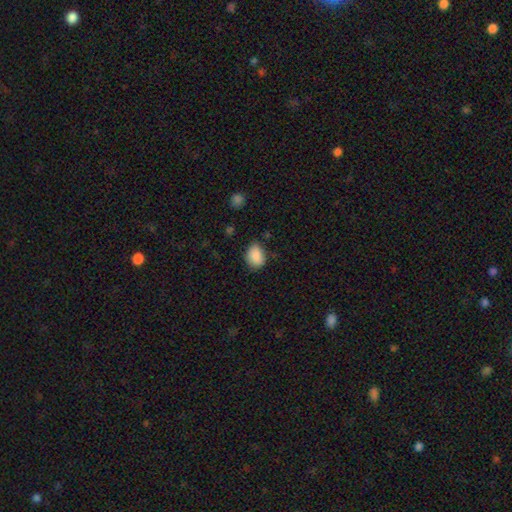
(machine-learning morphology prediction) This appears to be a smooth galaxy with no disk features (88%) that is in between round and cigar-shaped (71%). Merging: none (68%).